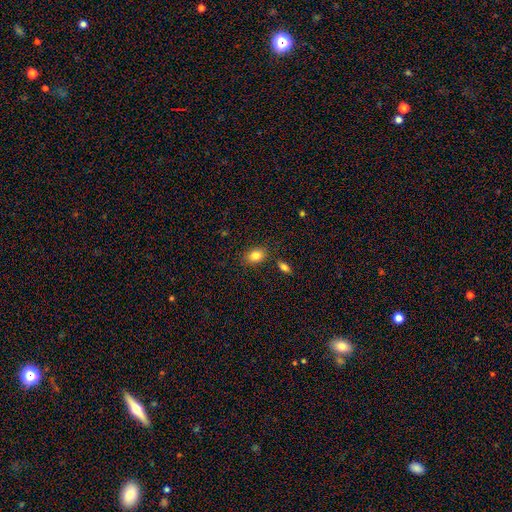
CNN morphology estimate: A smooth galaxy with no disk features (84%) that is in between round and cigar-shaped (73%). Merging: none (83%).